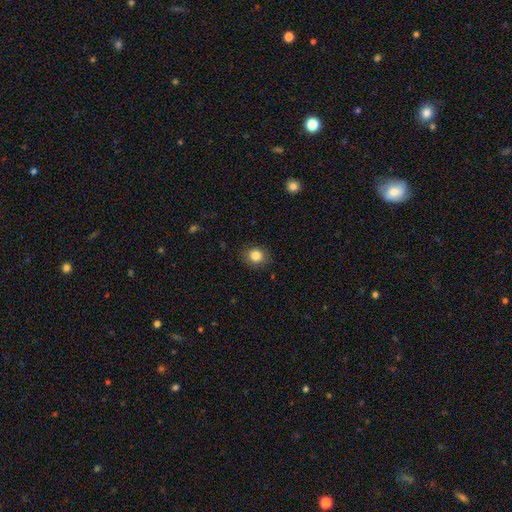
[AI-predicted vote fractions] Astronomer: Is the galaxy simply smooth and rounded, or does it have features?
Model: smooth — 84%.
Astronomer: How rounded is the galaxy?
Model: round — 74%.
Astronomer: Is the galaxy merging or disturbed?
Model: none — 86%.